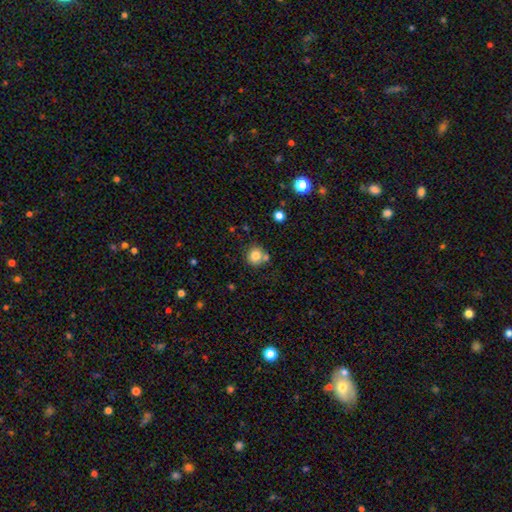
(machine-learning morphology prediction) Smooth or featured? Predicted: smooth (p=0.80). How rounded? Predicted: round (p=0.91). Merging? Predicted: none (p=0.70).